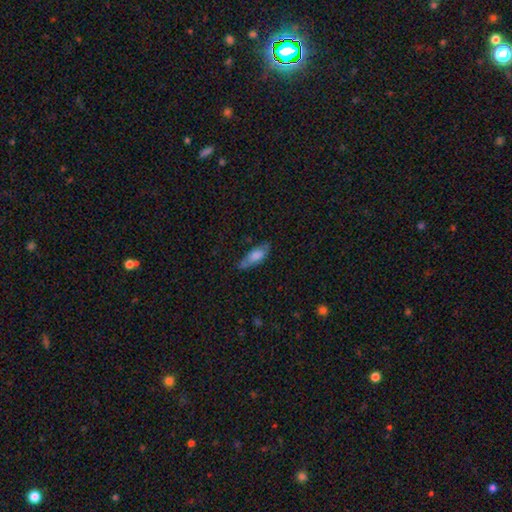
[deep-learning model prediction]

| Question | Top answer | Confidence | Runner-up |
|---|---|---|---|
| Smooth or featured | smooth | 72% | featured or disk (21%) |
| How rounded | in between | 66% | cigar-shaped (32%) |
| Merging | none | 64% | minor disturbance (27%) |